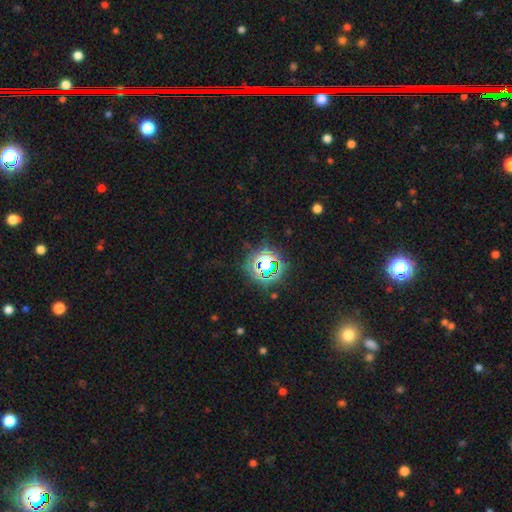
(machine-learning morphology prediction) Smooth or featured? star or artifact (76%)